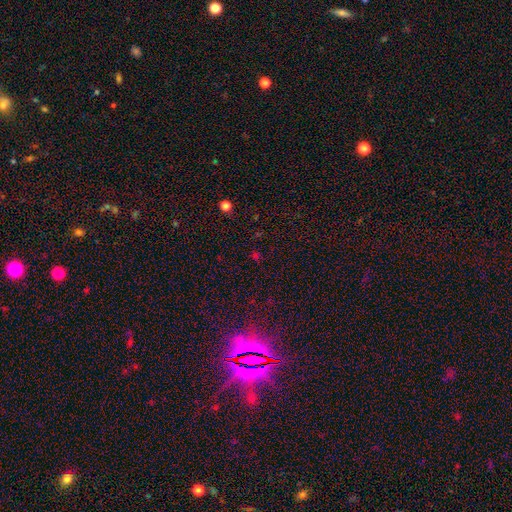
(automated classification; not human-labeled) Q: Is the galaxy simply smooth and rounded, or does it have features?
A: star or artifact — 59%.